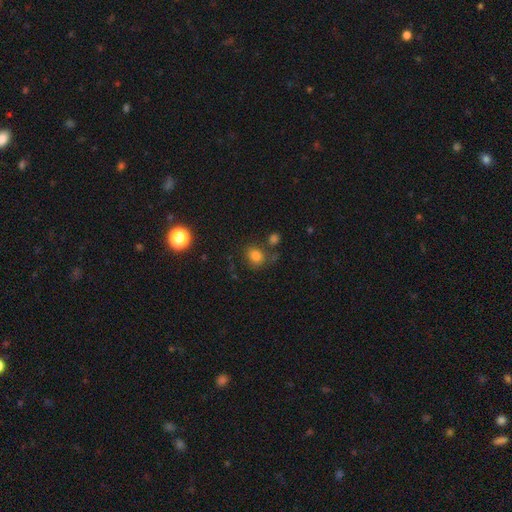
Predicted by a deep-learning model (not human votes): Overall: smooth (78%). How rounded: round (68%; in between 31%). Merging: none (66%).